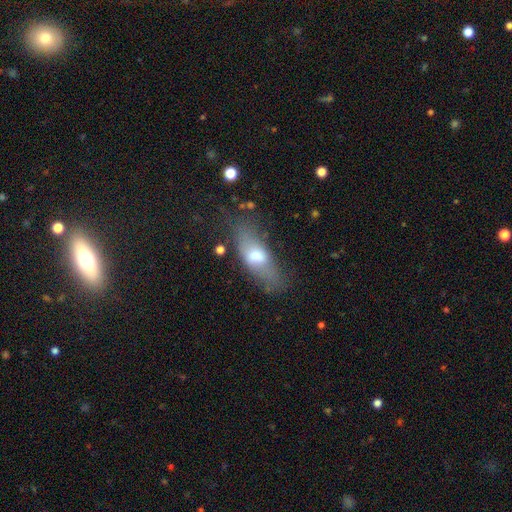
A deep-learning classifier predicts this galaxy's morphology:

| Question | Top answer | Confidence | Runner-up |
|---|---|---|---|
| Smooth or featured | smooth | 60% | featured or disk (32%) |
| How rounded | in between | 68% | cigar-shaped (28%) |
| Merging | none | 58% | minor disturbance (23%) |